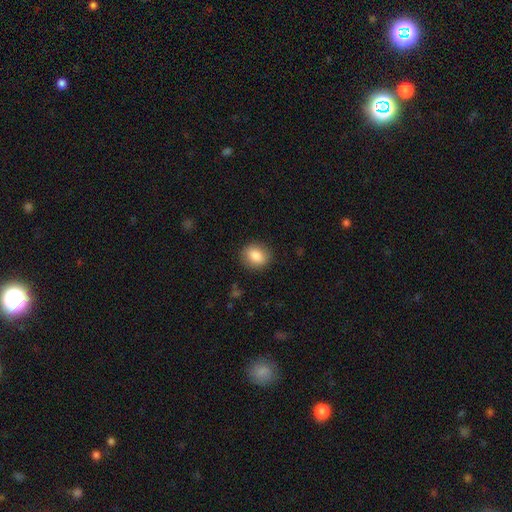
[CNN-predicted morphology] A smooth galaxy with no disk features (85%) that is round (59%). Merging: none (87%).